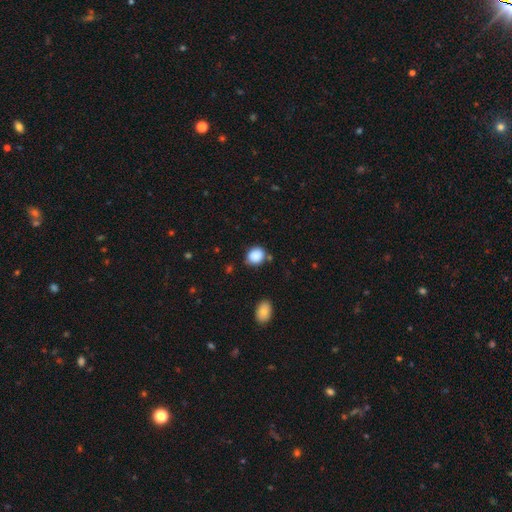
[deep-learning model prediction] smooth 88%, star or artifact 9%, featured or disk 4%. Down the decision tree: how rounded — round (70%); merging — none (76%).